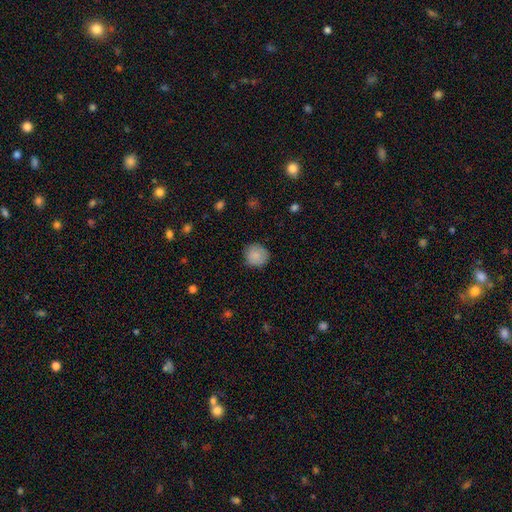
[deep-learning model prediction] This appears to be a smooth galaxy with no disk features (84%) that is round (89%). Merging: none (85%).